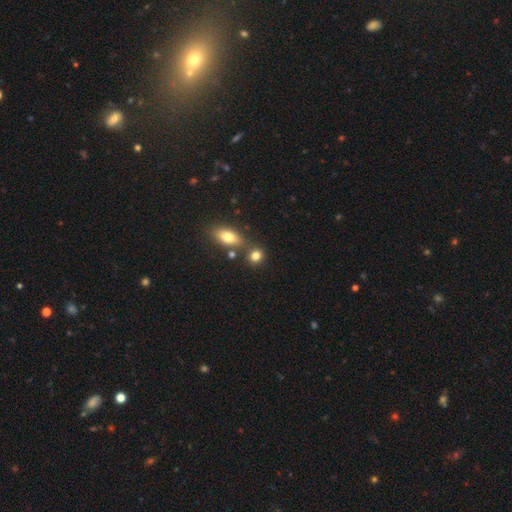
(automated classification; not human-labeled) This appears to be a smooth galaxy with no disk features (81%) that is round (70%). Merging: none (67%).